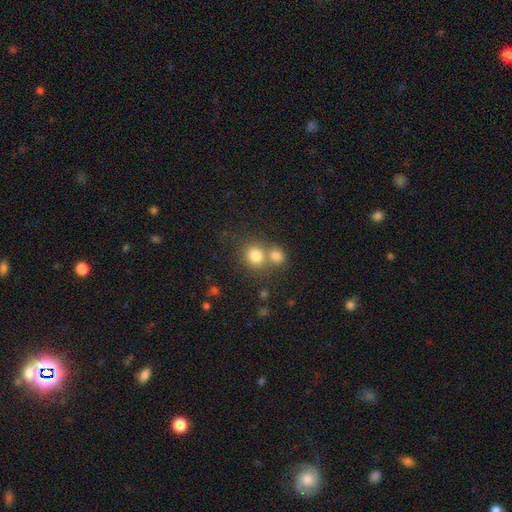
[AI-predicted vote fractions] smooth_or_featured: smooth (p=0.79) [alt: star or artifact p=0.12]
how_rounded: round (p=0.77) [alt: in between p=0.22]
merging: none (p=0.46) [alt: merger p=0.44]